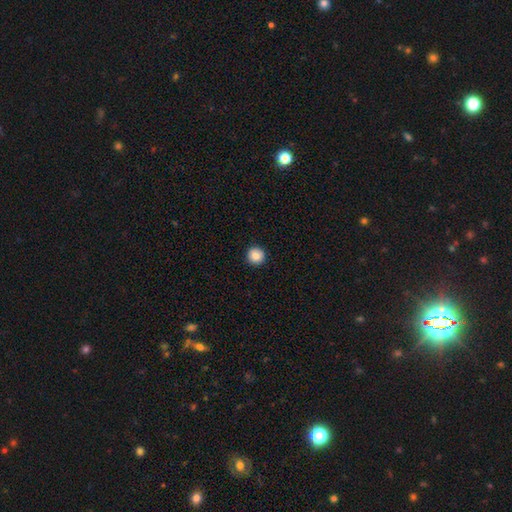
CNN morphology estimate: A smooth galaxy with no disk features (86%) that is round (96%). Merging: none (93%).